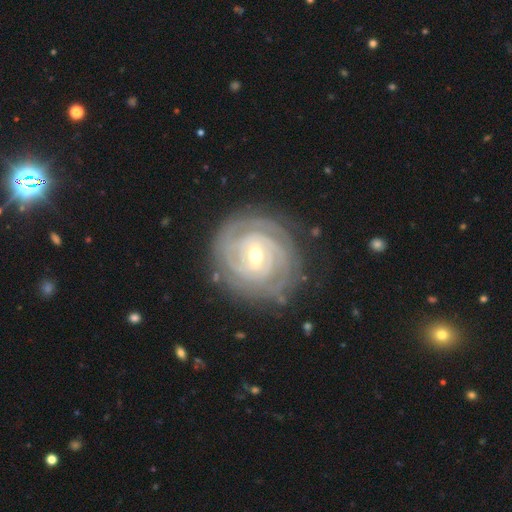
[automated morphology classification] Q: Smooth or featured?
A: featured or disk (89%); runner-up: smooth (6%)
Q: Edge-on disk?
A: no (97%); runner-up: yes (3%)
Q: Bar?
A: weak (46%); runner-up: no (32%)
Q: Spiral arms?
A: yes (97%); runner-up: no (3%)
Q: Spiral winding?
A: tight (86%); runner-up: medium (12%)
Q: Spiral arm count?
A: 2 (27%); runner-up: can't tell (25%)
Q: Bulge size?
A: moderate (56%); runner-up: small (40%)
Q: Merging?
A: none (82%); runner-up: minor disturbance (13%)